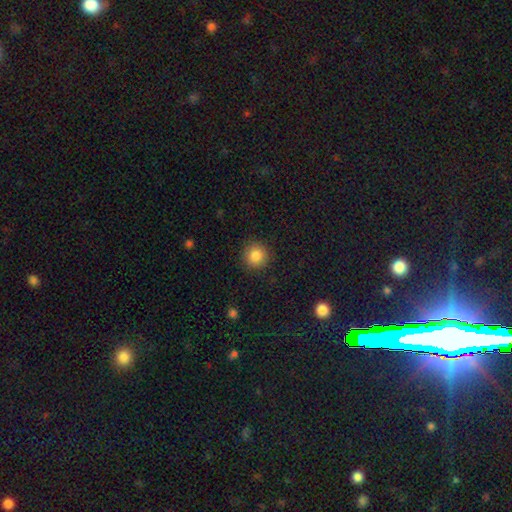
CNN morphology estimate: smooth 85%, star or artifact 10%, featured or disk 5%. Down the decision tree: how rounded — round (94%); merging — none (90%).